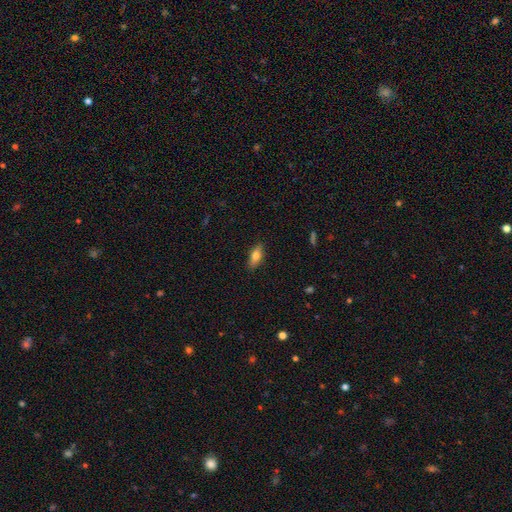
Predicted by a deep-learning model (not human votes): Overall: smooth (76%). How rounded: in between (75%). Merging: none (86%).